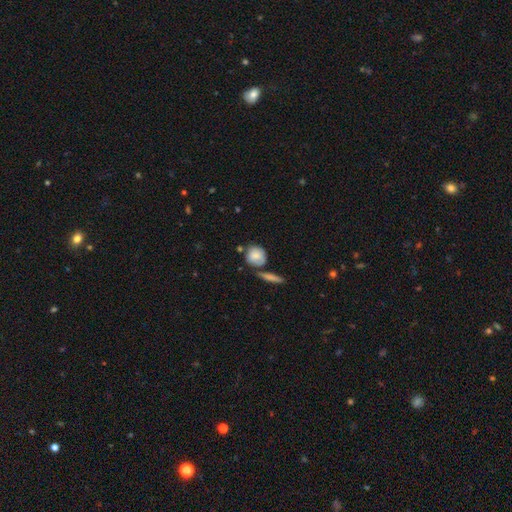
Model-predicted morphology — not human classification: Smooth or featured? smooth (77%)
How rounded? round (82%)
Merging? none (59%)